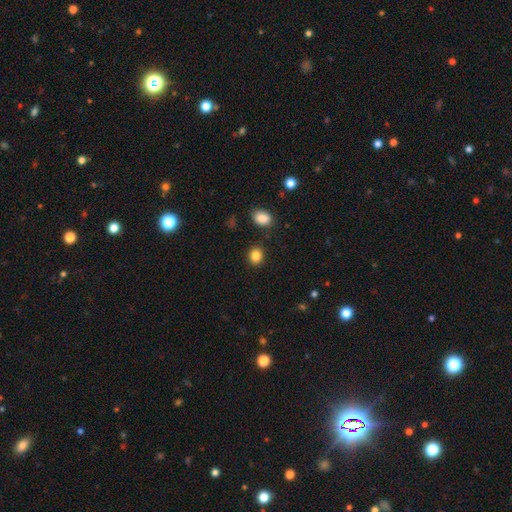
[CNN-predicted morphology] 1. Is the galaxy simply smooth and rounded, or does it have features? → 86% smooth, 10% star or artifact, 4% featured or disk.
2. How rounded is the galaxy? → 66% round, 33% in between, 1% cigar-shaped.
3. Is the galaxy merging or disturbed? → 85% none, 9% minor disturbance, 4% merger, 3% major disturbance.